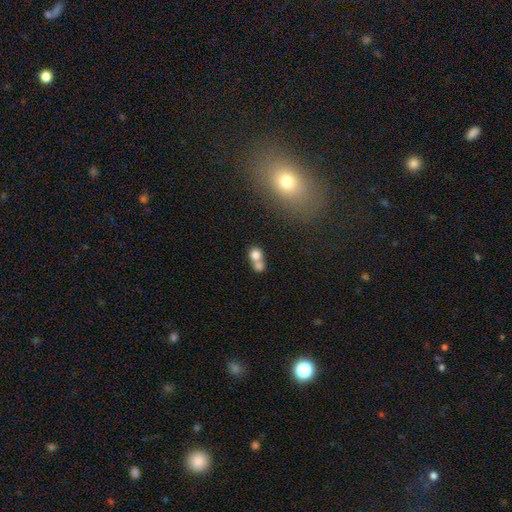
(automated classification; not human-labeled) Smooth or featured: smooth — 74% (featured or disk — 15%)
How rounded: round — 67% (in between — 31%)
Merging: merger — 64% (none — 26%)